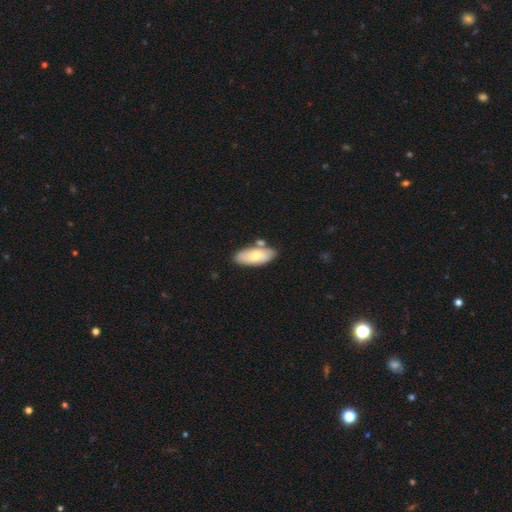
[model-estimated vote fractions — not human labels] This appears to be a smooth galaxy with no disk features (68%) that is in between round and cigar-shaped (87%). Merging: none (69%).